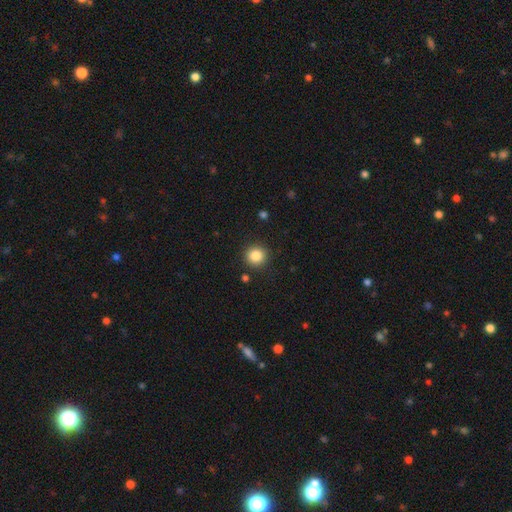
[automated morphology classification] Smooth or featured: smooth — 85% (star or artifact — 10%)
How rounded: round — 93% (in between — 6%)
Merging: none — 90% (minor disturbance — 6%)